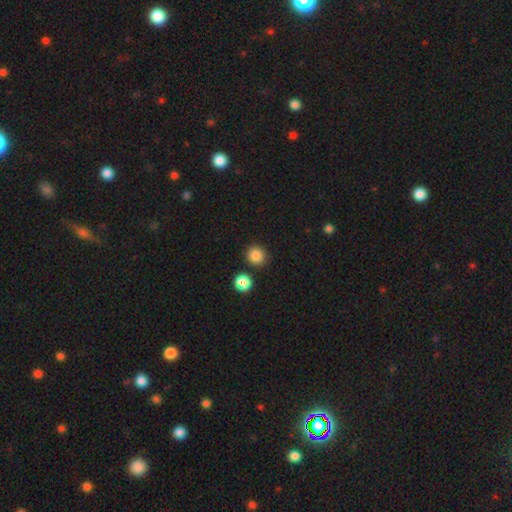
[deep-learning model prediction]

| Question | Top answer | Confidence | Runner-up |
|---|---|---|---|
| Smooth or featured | smooth | 84% | star or artifact (12%) |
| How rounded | round | 90% | in between (9%) |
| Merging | none | 86% | minor disturbance (7%) |